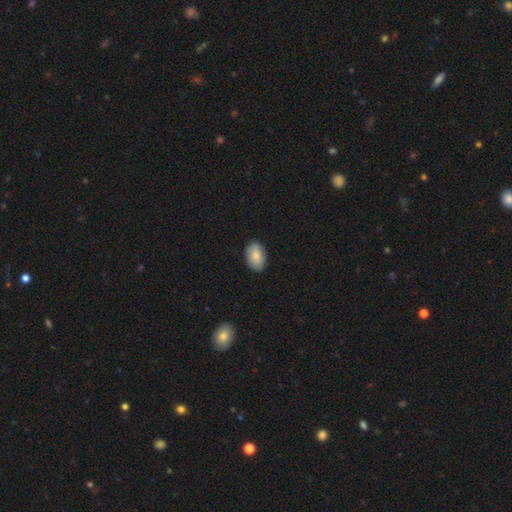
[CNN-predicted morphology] A smooth galaxy with no disk features (83%) that is in between round and cigar-shaped (91%). Merging: none (85%).